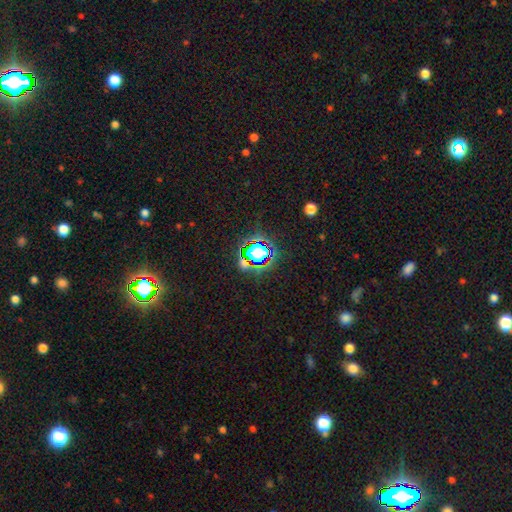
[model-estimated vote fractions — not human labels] This is likely a star or artifact rather than a galaxy (75%).